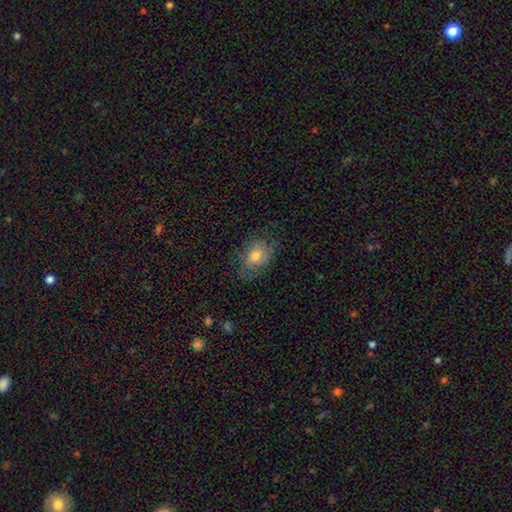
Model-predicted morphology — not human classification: This appears to be a smooth galaxy with no disk features (63%) that is in between round and cigar-shaped (77%). Merging: none (67%).